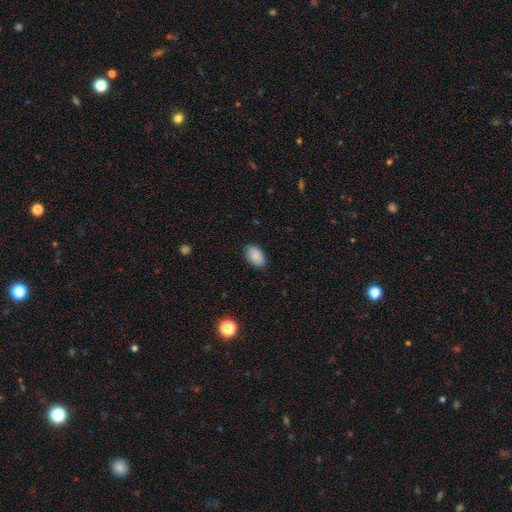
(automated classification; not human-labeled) smooth-or-featured: smooth: 87% | star or artifact: 8% | featured or disk: 5%
  how-rounded: in between: 90% | round: 9% | cigar-shaped: 1%
  merging: none: 82% | minor disturbance: 14% | major disturbance: 3% | merger: 1%